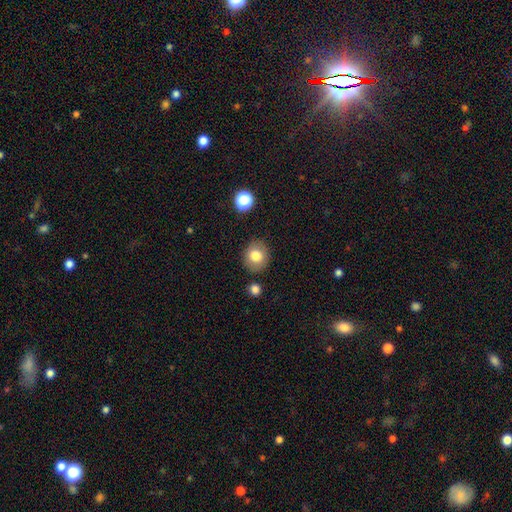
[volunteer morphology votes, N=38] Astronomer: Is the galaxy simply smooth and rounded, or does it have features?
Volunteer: smooth — 82%.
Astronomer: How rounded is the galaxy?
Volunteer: round — 68%.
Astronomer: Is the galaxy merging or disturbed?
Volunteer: none — 73%.